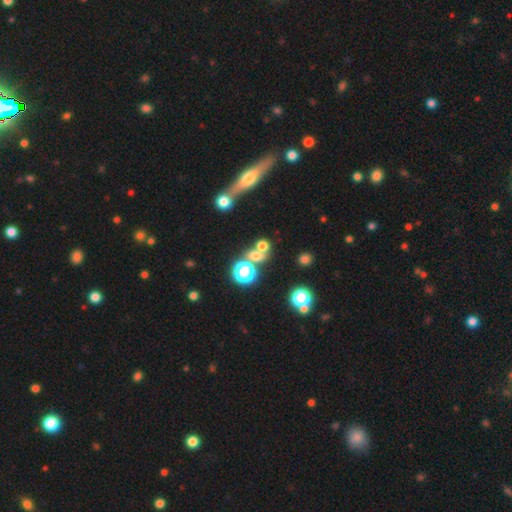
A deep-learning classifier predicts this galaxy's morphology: A smooth galaxy with no disk features (61%) that is round (67%).

Vote fractions:
- Smooth or featured? smooth: 61% / star or artifact: 27% / featured or disk: 12%
- How rounded? round: 67% / in between: 31% / cigar-shaped: 2%
- Merging? none: 46% / merger: 39% / minor disturbance: 9% / major disturbance: 6%